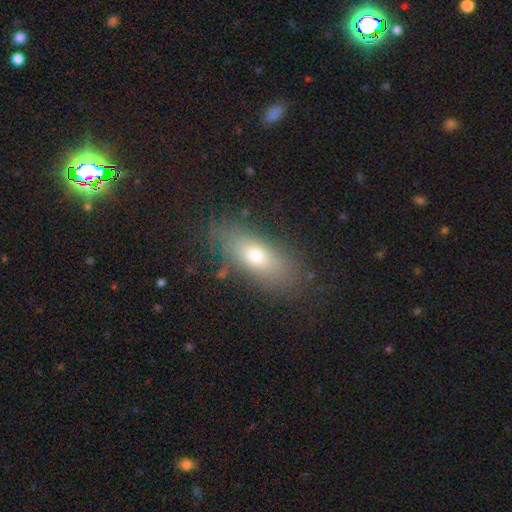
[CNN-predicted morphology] This appears to be a smooth galaxy with no disk features (68%) that is in between round and cigar-shaped (71%). Merging: none (78%).